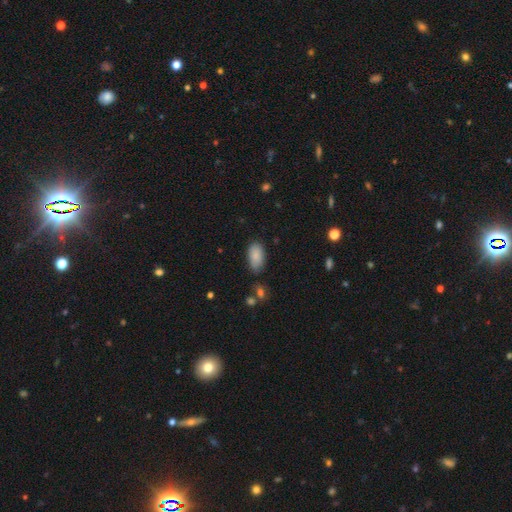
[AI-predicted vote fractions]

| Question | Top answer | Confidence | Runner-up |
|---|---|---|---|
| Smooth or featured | smooth | 88% | star or artifact (7%) |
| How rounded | in between | 93% | cigar-shaped (4%) |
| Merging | none | 77% | minor disturbance (17%) |